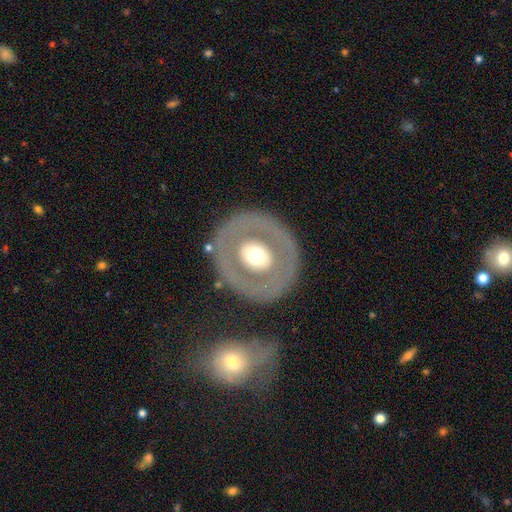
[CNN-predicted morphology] Overall: featured or disk (57%; smooth 38%). Edge-on disk: no (93%). Bar: no (83%). Spiral arms: no (91%). Bulge size: moderate (62%; large 27%). Merging: none (82%).